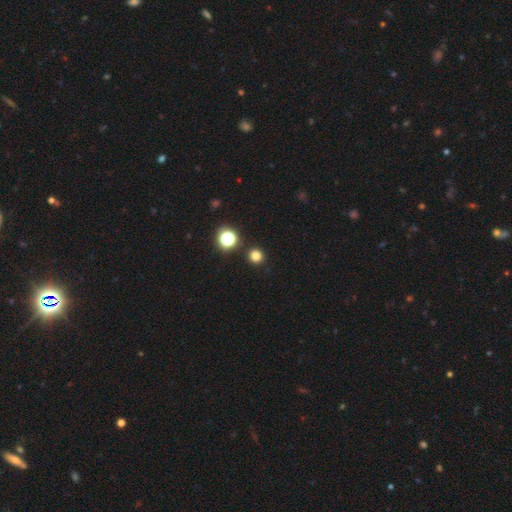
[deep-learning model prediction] Q: Smooth or featured?
A: smooth (78%); runner-up: star or artifact (18%)
Q: How rounded?
A: round (94%); runner-up: in between (5%)
Q: Merging?
A: none (91%); runner-up: minor disturbance (5%)